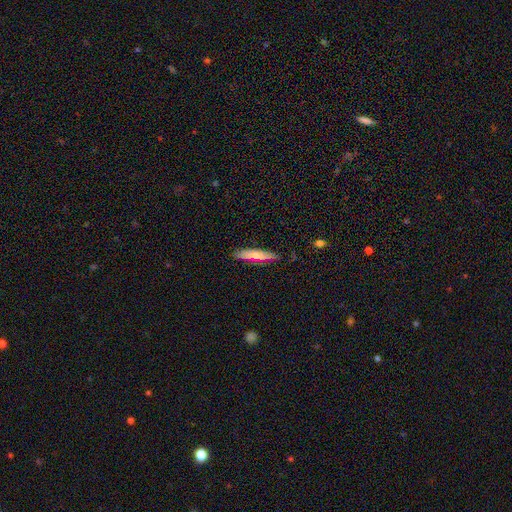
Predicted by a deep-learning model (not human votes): The model was most divided on "smooth or featured": smooth: 66%, featured or disk: 27%, star or artifact: 7%. More confident: merging — none (86%); how rounded — cigar-shaped (83%).